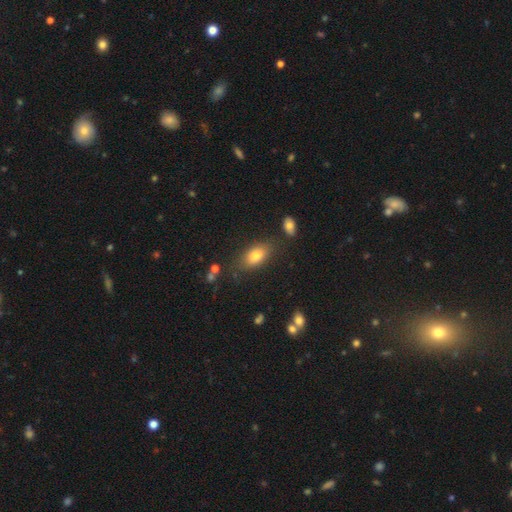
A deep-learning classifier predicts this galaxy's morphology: A smooth galaxy with no disk features (79%) that is in between round and cigar-shaped (88%).

Vote fractions:
- Smooth or featured? smooth: 79% / featured or disk: 12% / star or artifact: 9%
- How rounded? in between: 88% / round: 9% / cigar-shaped: 4%
- Merging? none: 77% / minor disturbance: 14% / major disturbance: 4% / merger: 4%